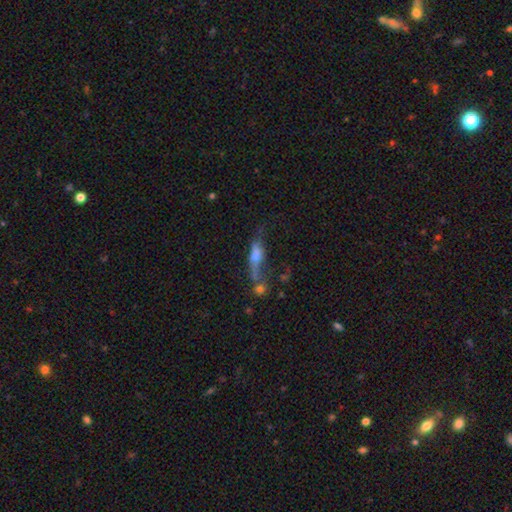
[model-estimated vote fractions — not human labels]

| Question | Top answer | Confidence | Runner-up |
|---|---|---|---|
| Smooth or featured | featured or disk | 49% | smooth (40%) |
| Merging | none | 38% | minor disturbance (22%) |